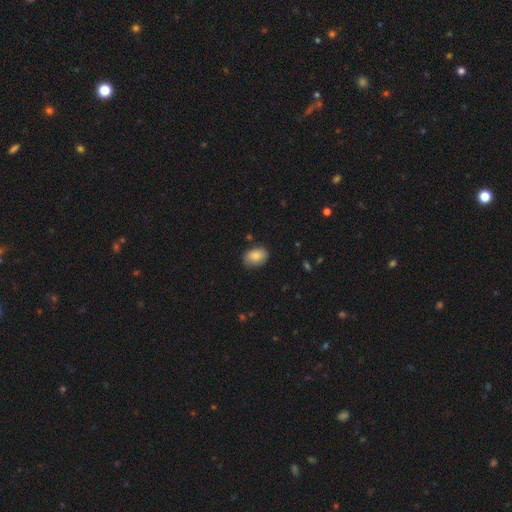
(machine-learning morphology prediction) Smooth or featured?
  - smooth: 82% *
  - featured or disk: 10%
  - star or artifact: 8%
How rounded?
  - in between: 79% *
  - round: 20%
  - cigar-shaped: 1%
Merging?
  - none: 79% *
  - minor disturbance: 17%
  - major disturbance: 3%
  - merger: 1%